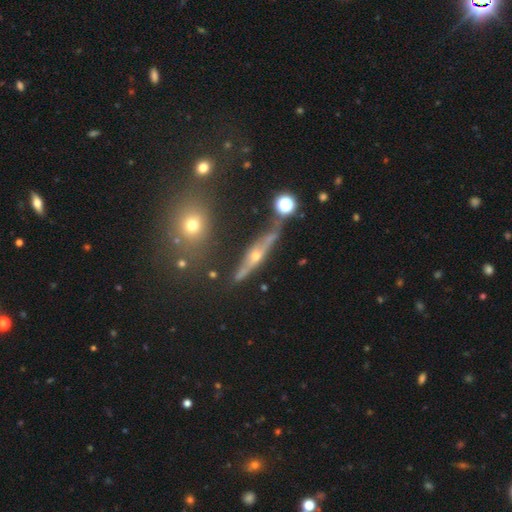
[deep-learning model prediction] Overall: featured or disk (70%). Edge-on disk: yes (87%). Edge-on bulge: rounded (91%). Merging: none (71%).